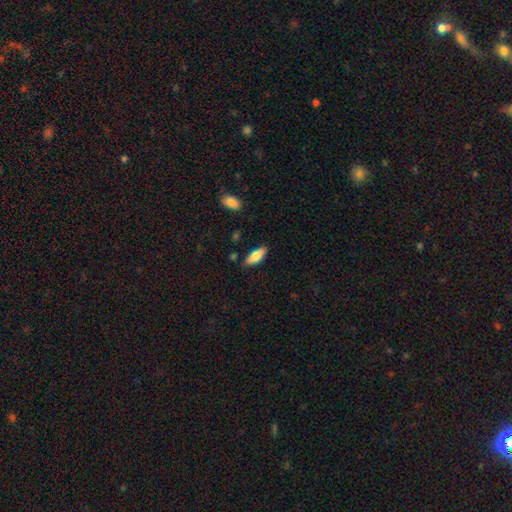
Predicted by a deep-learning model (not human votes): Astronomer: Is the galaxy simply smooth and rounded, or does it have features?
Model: smooth — 76%.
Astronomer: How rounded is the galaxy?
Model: in between — 69%.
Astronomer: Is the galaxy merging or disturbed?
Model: none — 82%.